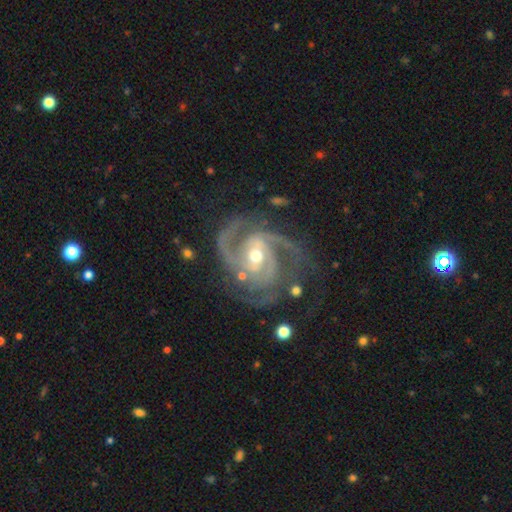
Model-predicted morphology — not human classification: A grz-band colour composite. It shows a featured or disk galaxy (93%) with a weak bar (40%), 2 (42%) medium (48%) spiral arms (98%) and a moderate central bulge (60%). Merging: none (65%).